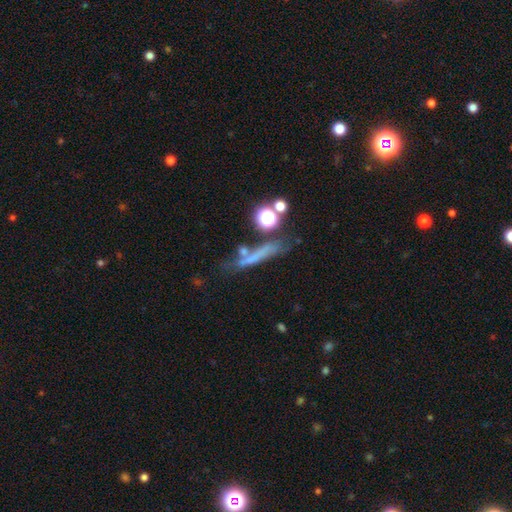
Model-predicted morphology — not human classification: smooth-or-featured: smooth: 47% | featured or disk: 34% | star or artifact: 19%
  merging: none: 57% | minor disturbance: 19% | merger: 13% | major disturbance: 11%